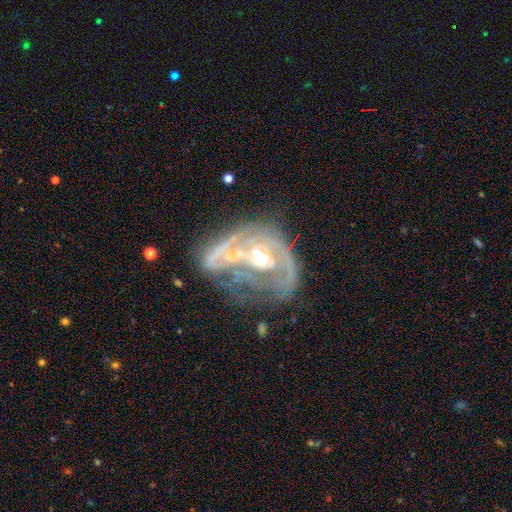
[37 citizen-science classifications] Smooth or featured?
  - featured or disk: 78% *
  - smooth: 14%
  - star or artifact: 8%
Edge-on disk?
  - no: 97% *
  - yes: 3%
Bar?
  - weak: 50% *
  - no: 32%
  - strong: 18%
Spiral arms?
  - yes: 82% *
  - no: 18%
Spiral winding?
  - medium: 48% *
  - tight: 35%
  - loose: 17%
Spiral arm count?
  - can't tell: 61% *
  - 2: 30%
  - 1: 4%
  - 3: 4%
  - 4: 0%
  - more than 4: 0%
Bulge size?
  - moderate: 61% *
  - small: 29%
  - dominant: 4%
  - large: 4%
  - none: 4%
Merging?
  - merger: 53% *
  - major disturbance: 24%
  - none: 18%
  - minor disturbance: 6%